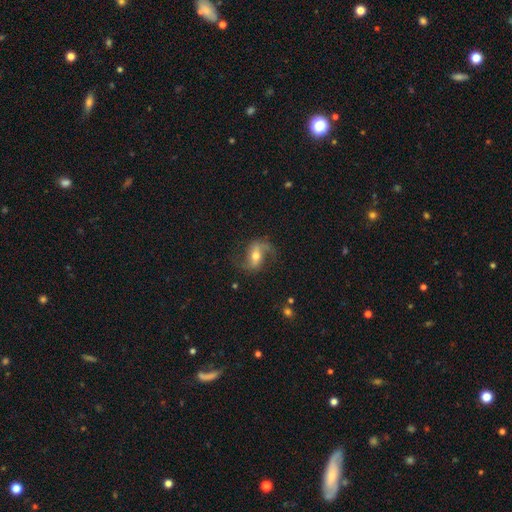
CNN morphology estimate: type=featured or disk (78%); edge-on=no (96%); bar=weak (42%); spiral arms=yes (94%); winding=loose (61%); arm count=2 (89%); bulge=moderate (66%); merging=none (72%).